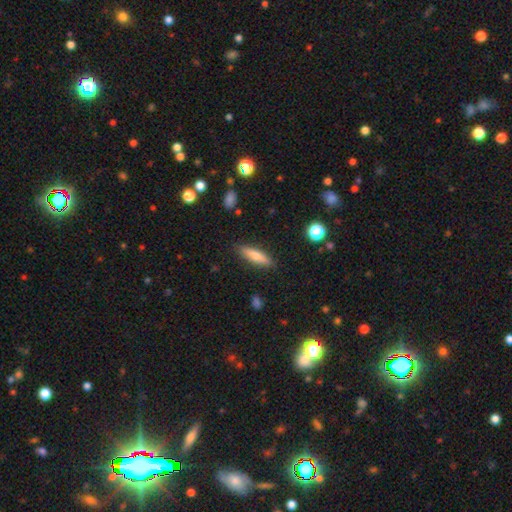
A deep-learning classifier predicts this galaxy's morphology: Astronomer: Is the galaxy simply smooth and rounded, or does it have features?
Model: smooth — 70%.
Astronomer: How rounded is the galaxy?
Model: cigar-shaped — 69%.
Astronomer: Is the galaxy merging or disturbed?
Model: none — 86%.